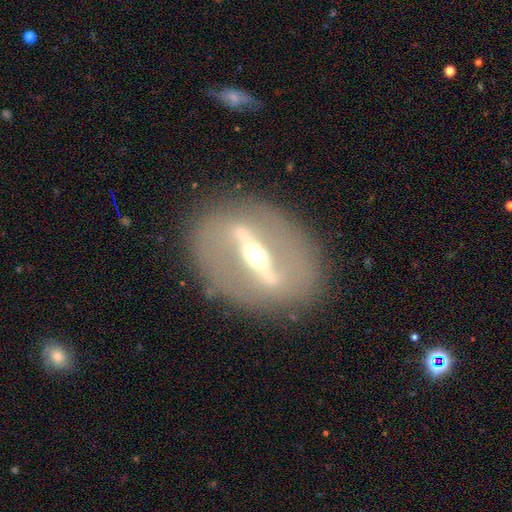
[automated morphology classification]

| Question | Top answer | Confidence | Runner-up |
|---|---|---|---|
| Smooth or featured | featured or disk | 84% | smooth (10%) |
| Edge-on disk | no | 64% | yes (36%) |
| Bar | strong | 85% | weak (10%) |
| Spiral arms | no | 74% | yes (26%) |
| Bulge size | moderate | 55% | small (36%) |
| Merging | none | 84% | minor disturbance (9%) |